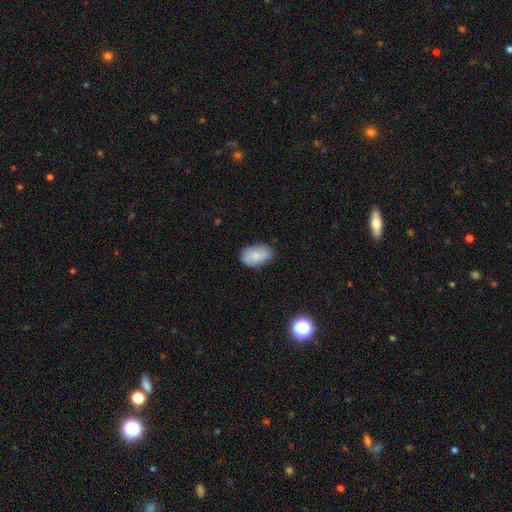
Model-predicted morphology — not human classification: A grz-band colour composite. It shows a smooth galaxy with no disk features (78%) that is in between round and cigar-shaped (91%). Merging: none (79%).